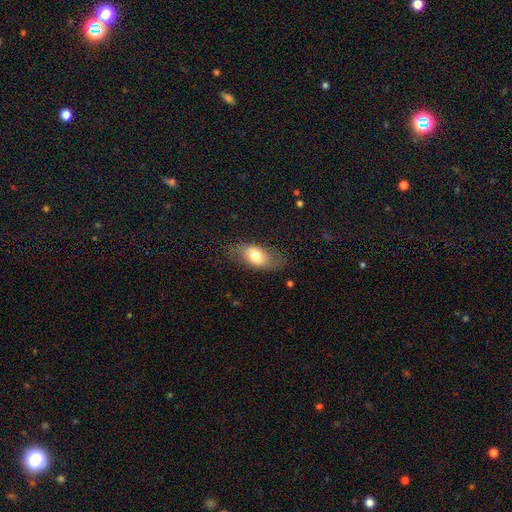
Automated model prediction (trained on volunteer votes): smooth 70%, featured or disk 22%, star or artifact 7%. Down the decision tree: how rounded — in between (85%); merging — none (71%).